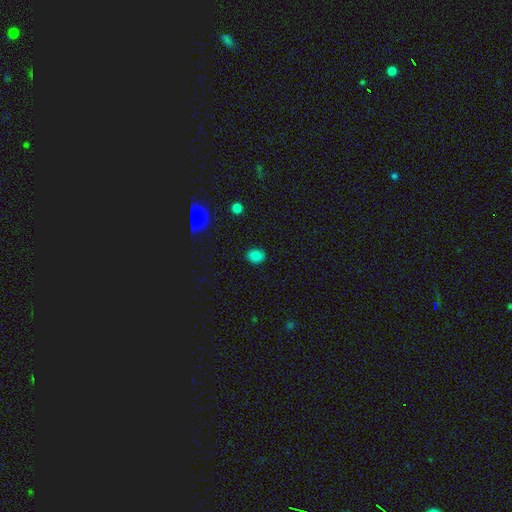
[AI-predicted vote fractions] This is clearly a smooth galaxy (84%). How rounded: possibly in between (60%). Merging: clearly none (86%).